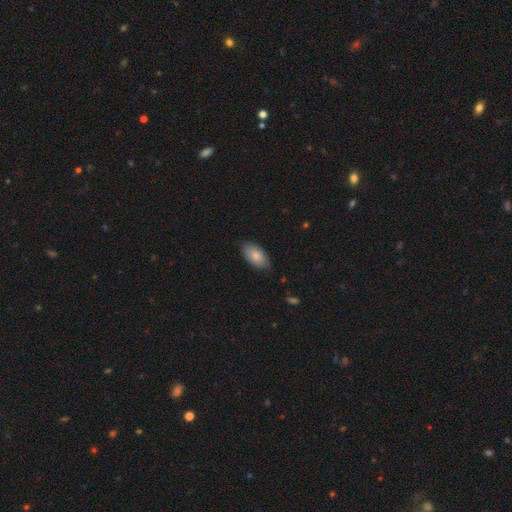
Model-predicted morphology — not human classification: Smooth or featured?
  - smooth: 83% *
  - featured or disk: 10%
  - star or artifact: 6%
How rounded?
  - in between: 94% *
  - round: 3%
  - cigar-shaped: 3%
Merging?
  - none: 81% *
  - minor disturbance: 15%
  - major disturbance: 2%
  - merger: 1%